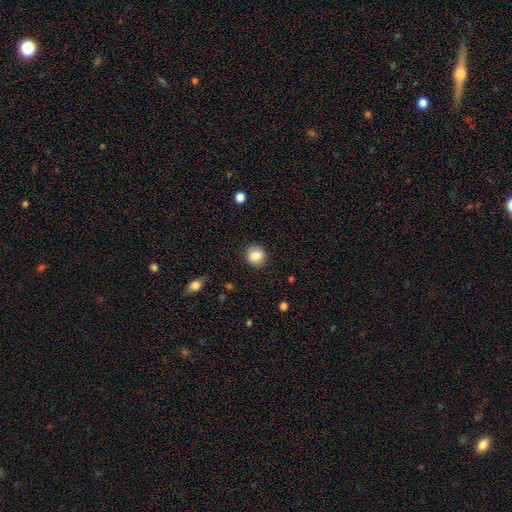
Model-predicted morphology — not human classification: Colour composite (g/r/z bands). It shows a smooth galaxy with no disk features (84%) that is round (81%). Merging: none (87%).